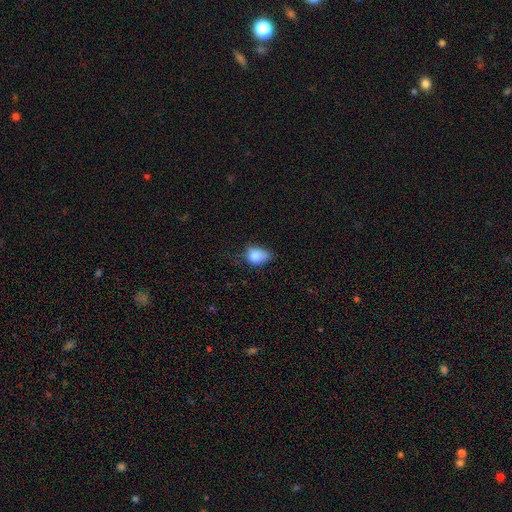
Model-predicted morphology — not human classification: Smooth or featured?
  - smooth: 82% *
  - star or artifact: 9%
  - featured or disk: 9%
How rounded?
  - in between: 68% *
  - round: 30%
  - cigar-shaped: 2%
Merging?
  - minor disturbance: 43% *
  - none: 34%
  - major disturbance: 20%
  - merger: 3%